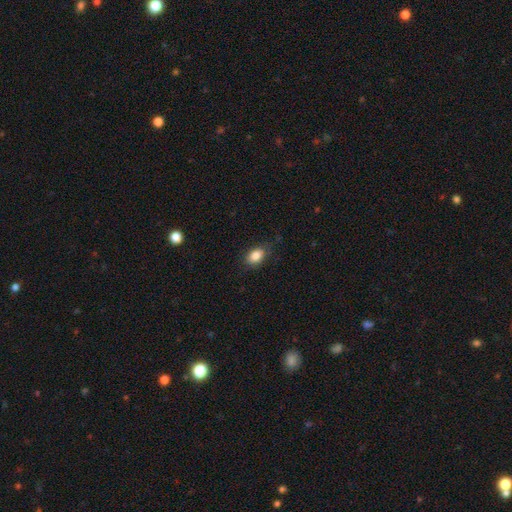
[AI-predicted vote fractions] A smooth galaxy with no disk features (85%) that is in between round and cigar-shaped (83%).

Vote fractions:
- Smooth or featured? smooth: 85% / star or artifact: 8% / featured or disk: 6%
- How rounded? in between: 83% / round: 15% / cigar-shaped: 2%
- Merging? none: 76% / minor disturbance: 19% / major disturbance: 4% / merger: 1%